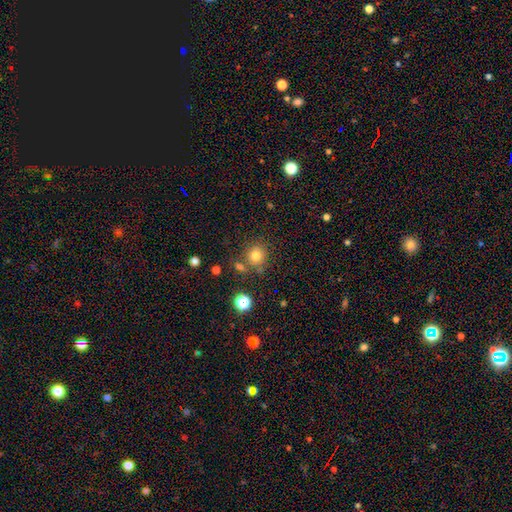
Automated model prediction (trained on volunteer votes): This is likely a smooth galaxy (75%). How rounded: clearly round (88%). Merging: likely none (73%).